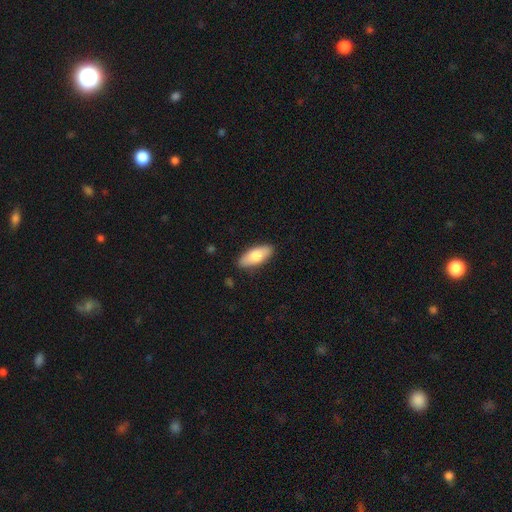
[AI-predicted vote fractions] A smooth galaxy with no disk features (75%) that is in between round and cigar-shaped (78%).

Vote fractions:
- Smooth or featured? smooth: 75% / featured or disk: 20% / star or artifact: 6%
- How rounded? in between: 78% / cigar-shaped: 20% / round: 2%
- Merging? none: 87% / minor disturbance: 10% / major disturbance: 2% / merger: 1%